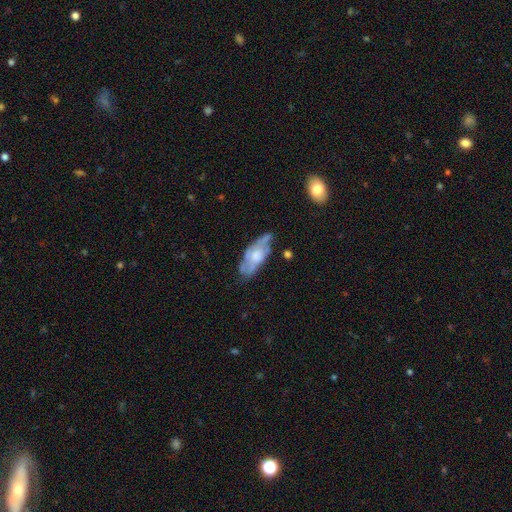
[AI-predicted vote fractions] Smooth or featured: featured or disk — 58% (smooth — 35%)
Edge-on disk: no — 81% (yes — 19%)
Merging: none — 53% (minor disturbance — 30%)